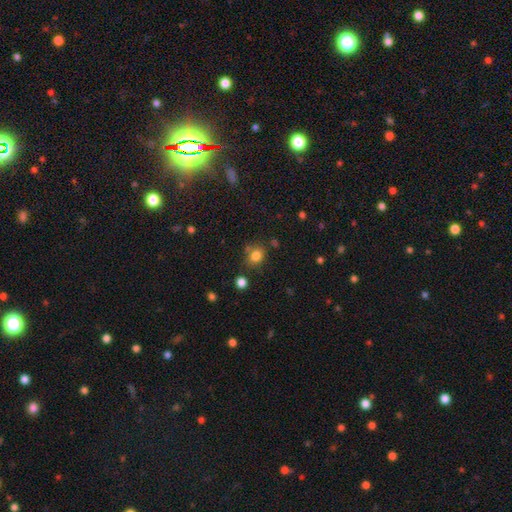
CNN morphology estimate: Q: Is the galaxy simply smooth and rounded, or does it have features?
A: smooth — 81%.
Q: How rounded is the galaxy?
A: round — 65%.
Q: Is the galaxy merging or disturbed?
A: none — 71%.